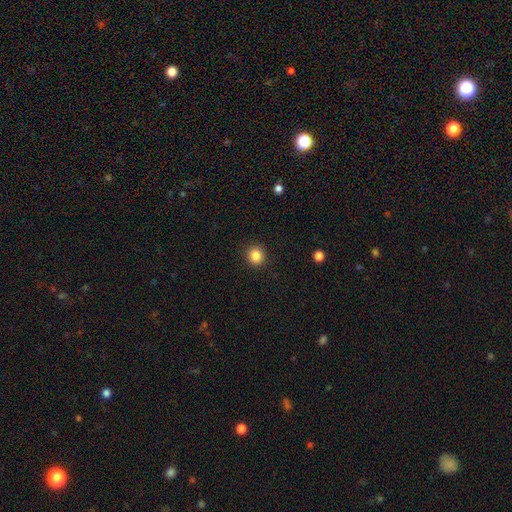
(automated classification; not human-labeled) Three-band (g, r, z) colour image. It shows a smooth galaxy with no disk features (86%) that is round (89%). Merging: none (91%).